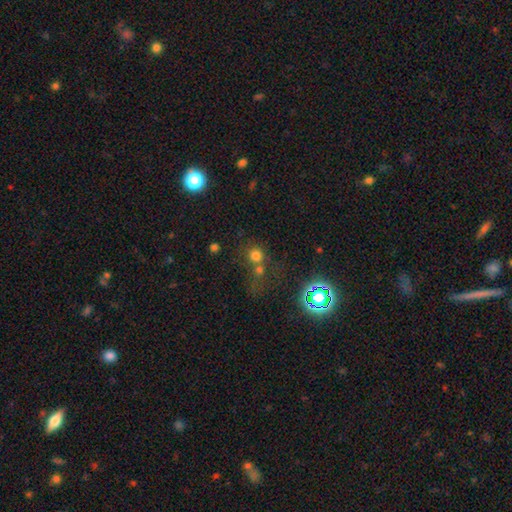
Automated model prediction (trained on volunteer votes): smooth 68%, star or artifact 23%, featured or disk 9%. Down the decision tree: how rounded — round (89%); merging — none (51%).